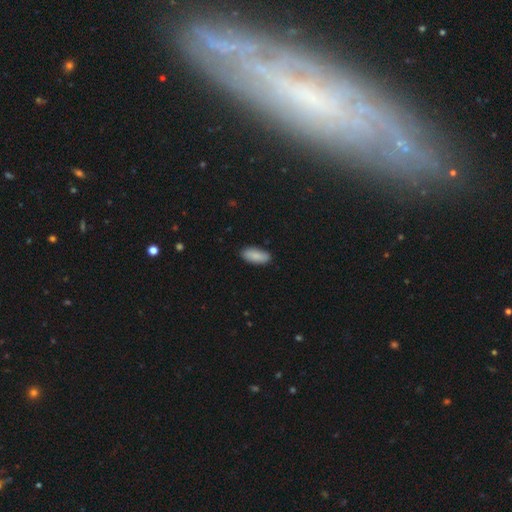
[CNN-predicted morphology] smooth_or_featured: smooth (p=0.87) [alt: featured or disk p=0.07]
how_rounded: in between (p=0.84) [alt: cigar-shaped p=0.14]
merging: none (p=0.87) [alt: minor disturbance p=0.10]